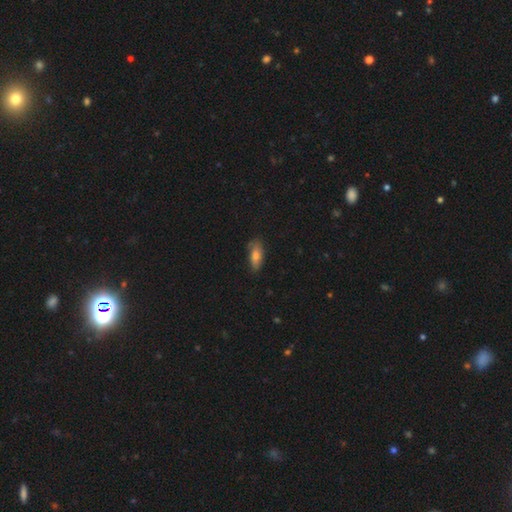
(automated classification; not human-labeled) smooth-or-featured: smooth: 74% | featured or disk: 18% | star or artifact: 8%
  how-rounded: in between: 74% | cigar-shaped: 23% | round: 3%
  merging: none: 74% | minor disturbance: 21% | major disturbance: 4% | merger: 2%